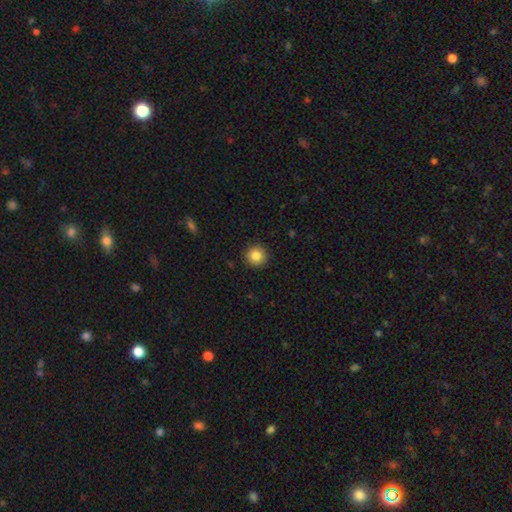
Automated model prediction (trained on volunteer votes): smooth_or_featured: smooth (p=0.85) [alt: star or artifact p=0.09]
how_rounded: round (p=0.94) [alt: in between p=0.05]
merging: none (p=0.92) [alt: minor disturbance p=0.05]